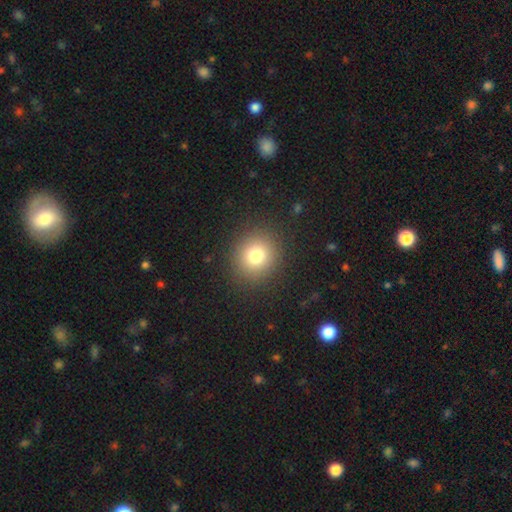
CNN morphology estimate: smooth-or-featured: smooth: 78% | star or artifact: 13% | featured or disk: 9%
  how-rounded: round: 86% | in between: 13% | cigar-shaped: 1%
  merging: none: 89% | minor disturbance: 7% | major disturbance: 3% | merger: 1%